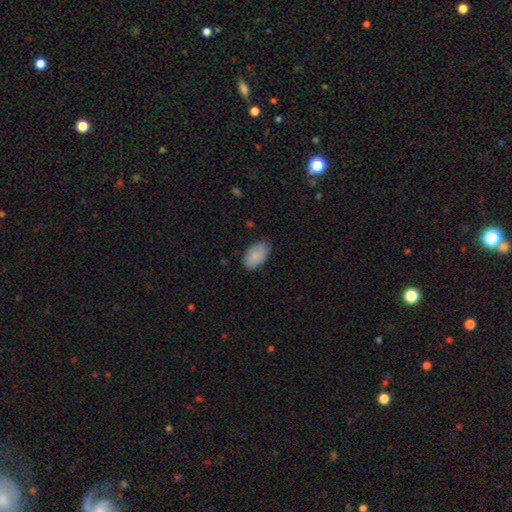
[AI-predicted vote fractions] This is clearly a smooth galaxy (86%). How rounded: clearly in between (93%). Merging: likely none (75%).